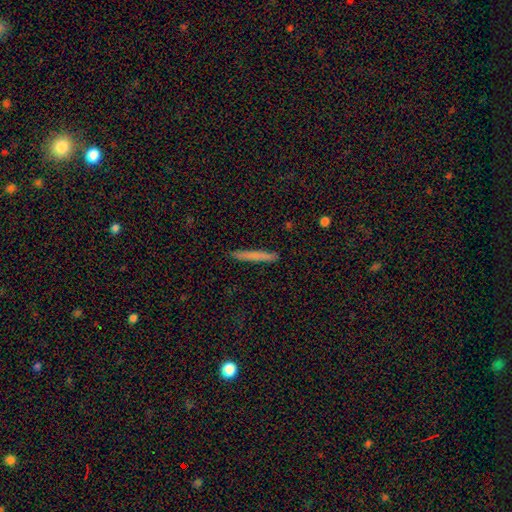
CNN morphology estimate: smooth 74%, featured or disk 19%, star or artifact 7%. Down the decision tree: how rounded — cigar-shaped (96%); merging — none (90%).